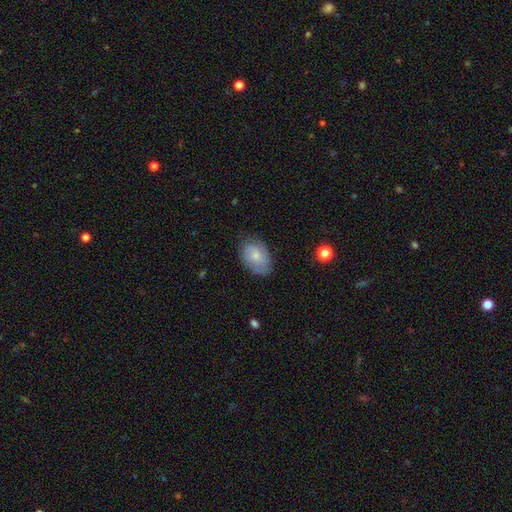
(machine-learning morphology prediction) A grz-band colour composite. It shows a smooth galaxy with no disk features (67%) that is in between round and cigar-shaped (84%). Merging: none (70%).